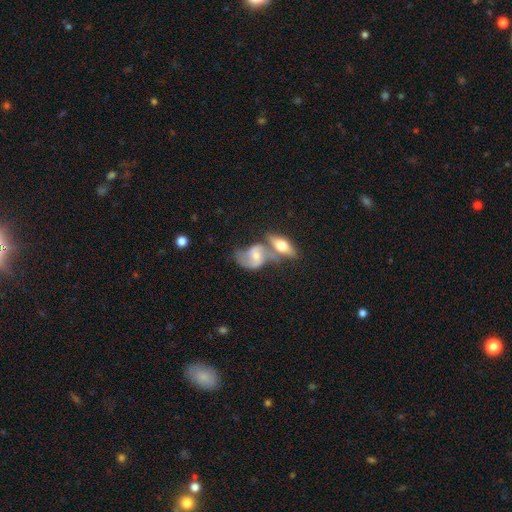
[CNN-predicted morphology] type=featured or disk (60%); edge-on=no (90%); bar=no (44%); spiral arms=yes (80%); bulge=moderate (49%); merging=merger (57%).